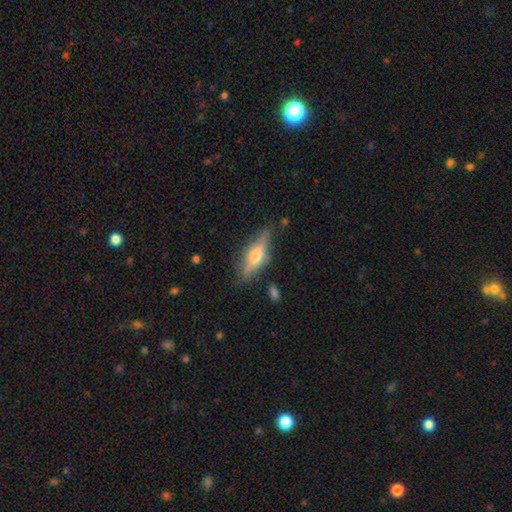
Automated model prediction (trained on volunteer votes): Smooth or featured?
  - featured or disk: 54% *
  - smooth: 38%
  - star or artifact: 7%
Edge-on disk?
  - yes: 89% *
  - no: 11%
Merging?
  - none: 76% *
  - minor disturbance: 17%
  - major disturbance: 4%
  - merger: 3%